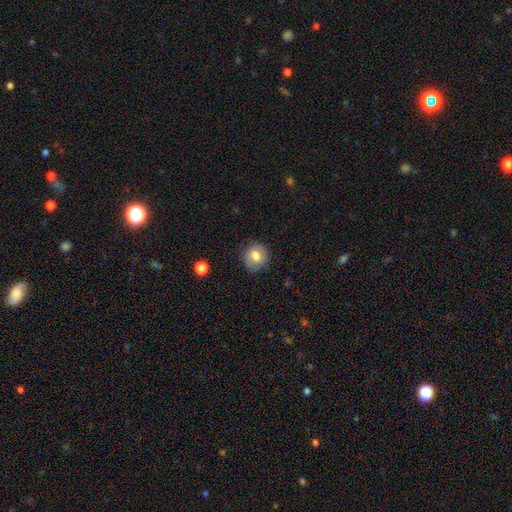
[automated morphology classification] This appears to be a smooth galaxy with no disk features (73%) that is round (83%). Merging: none (81%).